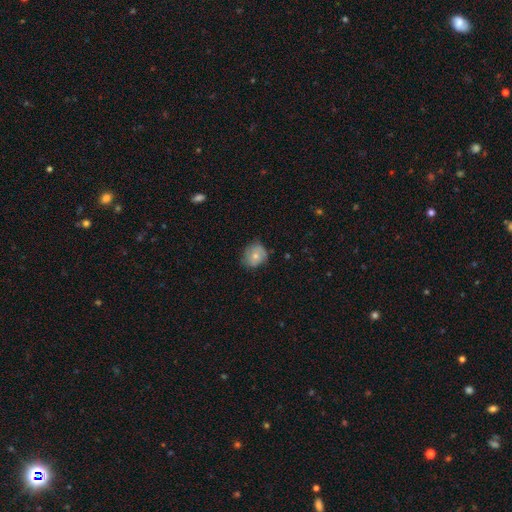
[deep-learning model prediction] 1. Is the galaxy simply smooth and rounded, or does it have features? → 67% smooth, 25% featured or disk, 9% star or artifact.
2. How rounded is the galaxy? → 76% round, 23% in between, 1% cigar-shaped.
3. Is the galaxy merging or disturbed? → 67% none, 27% minor disturbance, 6% major disturbance, 1% merger.